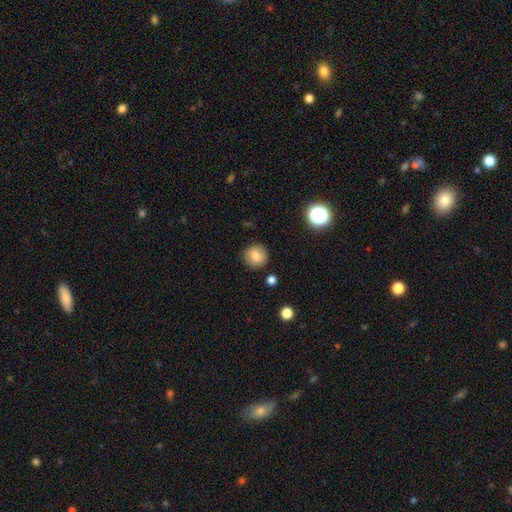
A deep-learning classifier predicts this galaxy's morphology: This appears to be a smooth galaxy with no disk features (79%) that is round (91%). Merging: none (88%).